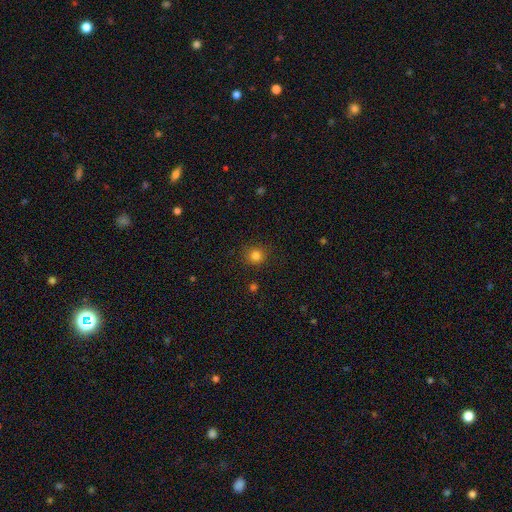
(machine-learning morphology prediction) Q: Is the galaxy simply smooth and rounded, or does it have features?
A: smooth — 82%.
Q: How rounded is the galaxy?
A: round — 93%.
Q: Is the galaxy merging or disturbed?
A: none — 89%.